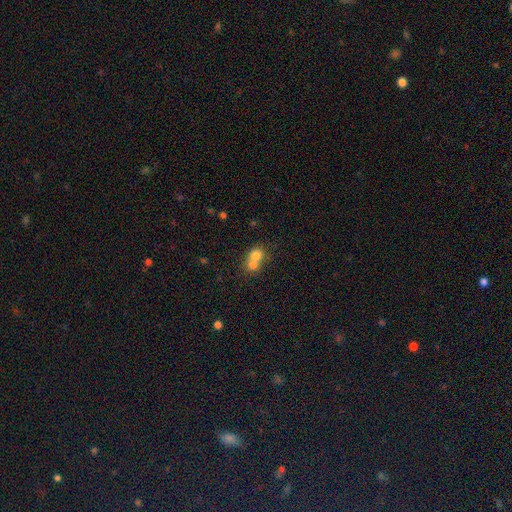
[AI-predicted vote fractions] Smooth or featured? Predicted: smooth (p=0.73). How rounded? Predicted: round (p=0.70). Merging? Predicted: merger (p=0.68).